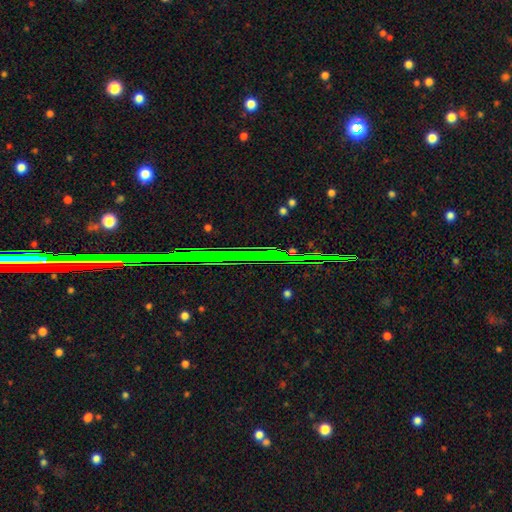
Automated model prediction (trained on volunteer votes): The model was most divided on "smooth or featured": star or artifact: 76%, featured or disk: 14%, smooth: 10%.